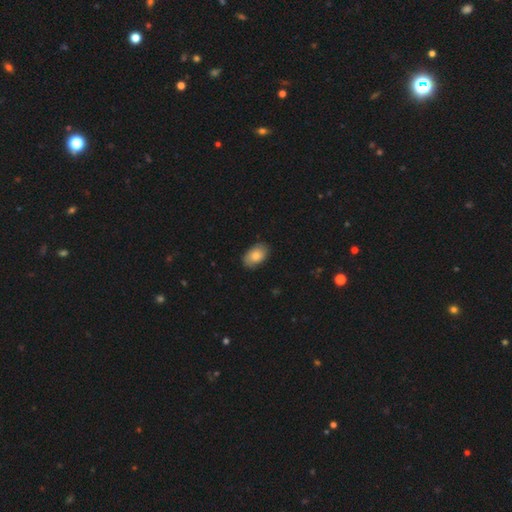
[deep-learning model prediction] Smooth or featured? Predicted: smooth (p=0.81). How rounded? Predicted: in between (p=0.91). Merging? Predicted: none (p=0.83).